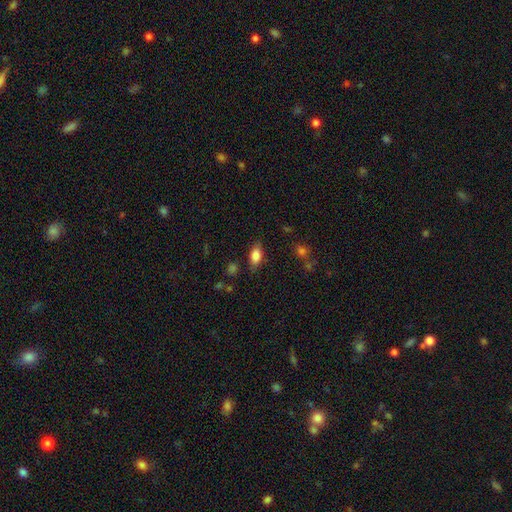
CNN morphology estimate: Smooth or featured: smooth — 82% (featured or disk — 9%)
How rounded: in between — 86% (round — 8%)
Merging: none — 77% (minor disturbance — 17%)